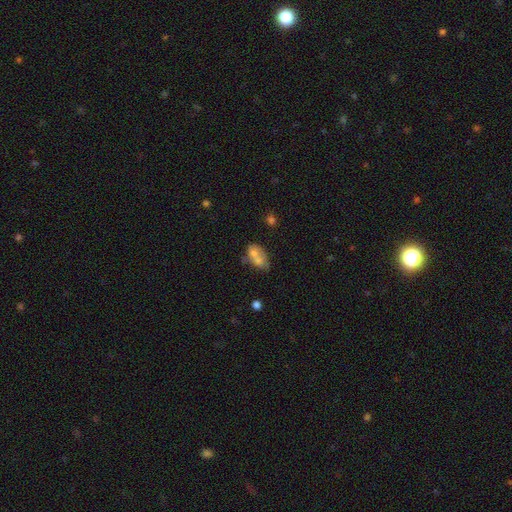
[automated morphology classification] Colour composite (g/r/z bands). It shows a smooth galaxy with no disk features (60%) that is in between round and cigar-shaped (79%). Merging: merger (58%).